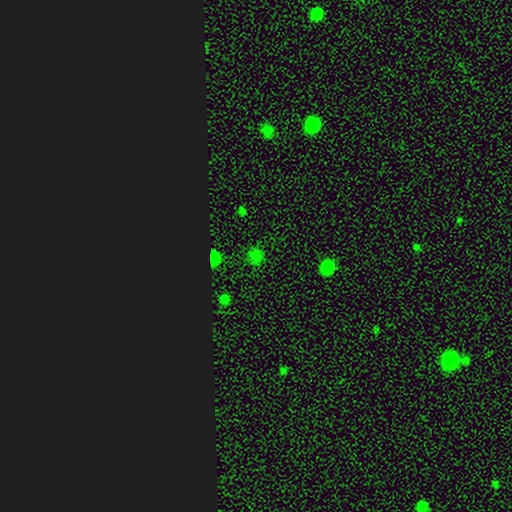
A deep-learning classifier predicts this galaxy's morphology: Smooth or featured? Predicted: smooth (p=0.50). How rounded? Predicted: round (p=0.81). Merging? Predicted: none (p=0.82).